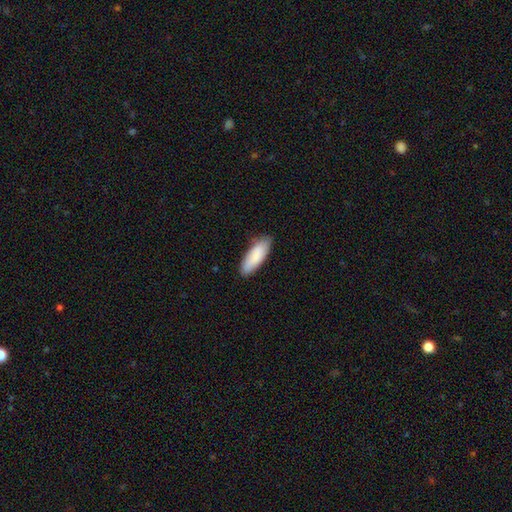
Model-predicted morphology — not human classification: The model was most divided on "how rounded": in between: 60%, cigar-shaped: 38%, round: 1%. More confident: smooth or featured — smooth (85%); merging — none (83%).